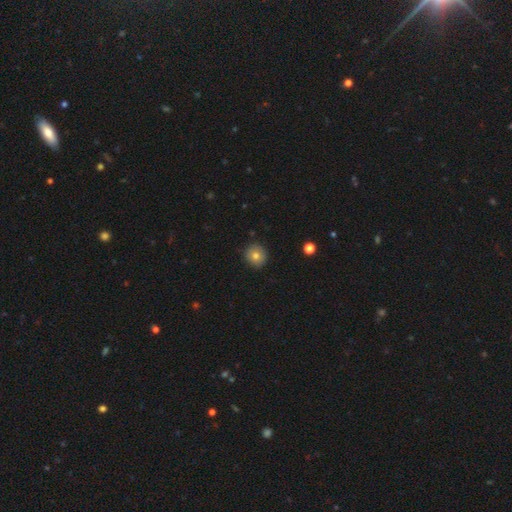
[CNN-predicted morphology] Smooth or featured?
  - smooth: 77% *
  - featured or disk: 13%
  - star or artifact: 10%
How rounded?
  - round: 90% *
  - in between: 9%
  - cigar-shaped: 1%
Merging?
  - none: 89% *
  - minor disturbance: 8%
  - major disturbance: 2%
  - merger: 1%